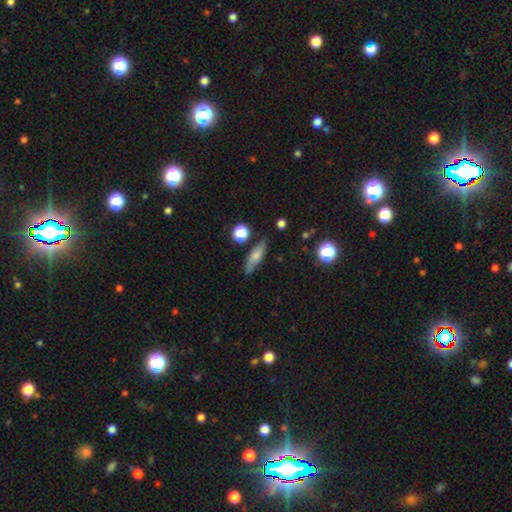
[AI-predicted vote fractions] Smooth or featured? smooth (62%)
How rounded? cigar-shaped (55%)
Merging? none (76%)